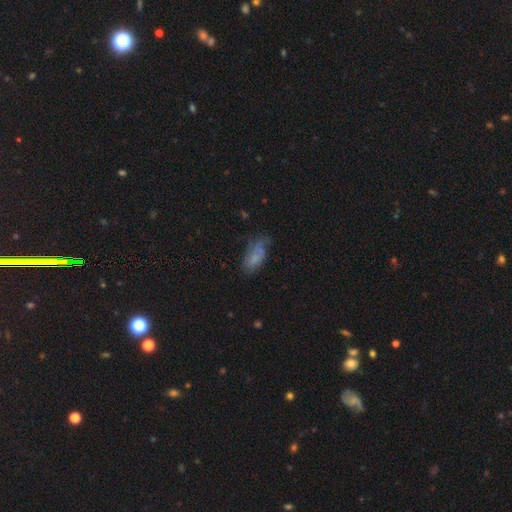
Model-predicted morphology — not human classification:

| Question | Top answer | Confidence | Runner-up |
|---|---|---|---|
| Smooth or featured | smooth | 55% | featured or disk (34%) |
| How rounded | in between | 84% | cigar-shaped (12%) |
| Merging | none | 48% | minor disturbance (29%) |